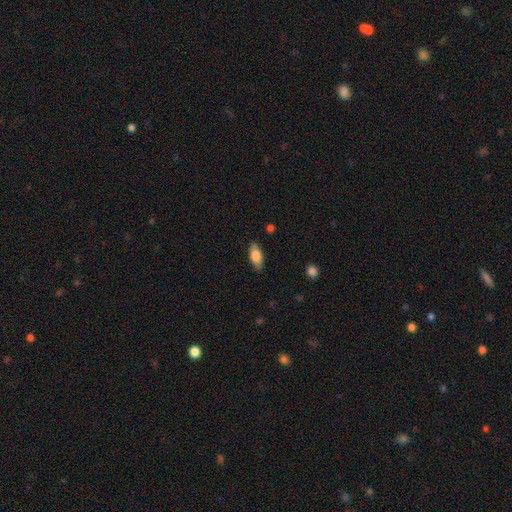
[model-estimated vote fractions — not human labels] Smooth or featured? Predicted: smooth (p=0.78). How rounded? Predicted: in between (p=0.83). Merging? Predicted: none (p=0.85).